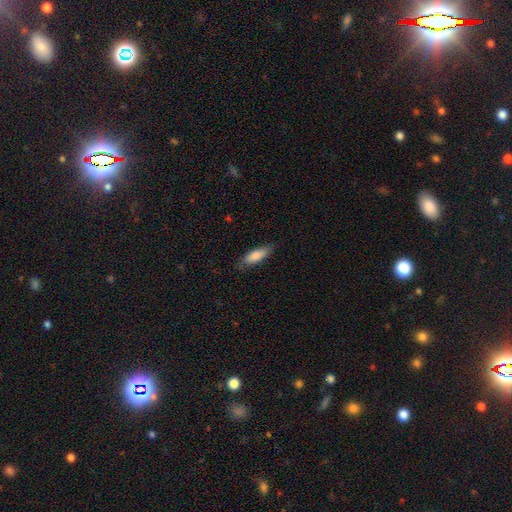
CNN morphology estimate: This is clearly a smooth galaxy (82%). How rounded: possibly in between (55%). Merging: clearly none (80%).